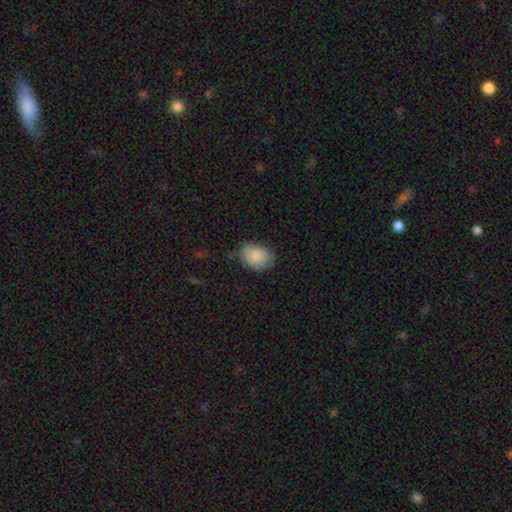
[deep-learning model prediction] Smooth or featured? smooth (85%)
How rounded? in between (77%)
Merging? none (69%)